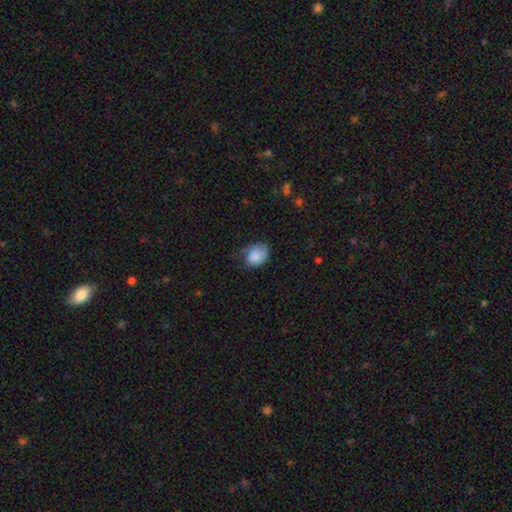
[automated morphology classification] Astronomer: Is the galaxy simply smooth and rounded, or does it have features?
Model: smooth — 85%.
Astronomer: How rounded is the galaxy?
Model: in between — 64%.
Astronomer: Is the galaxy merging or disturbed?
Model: none — 51% (runner-up: minor disturbance, 35%).